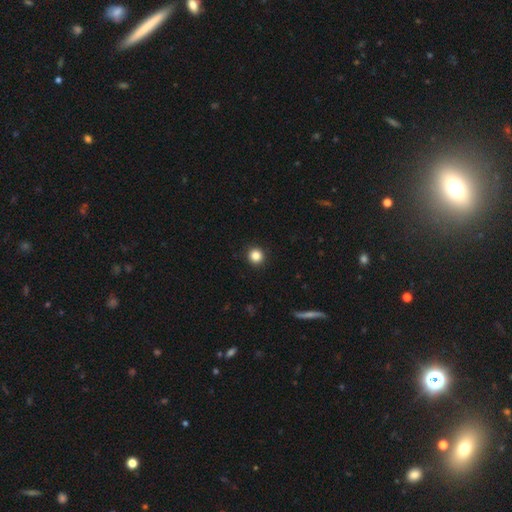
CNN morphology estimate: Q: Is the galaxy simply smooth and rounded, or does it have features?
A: smooth — 85%.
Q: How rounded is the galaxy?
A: round — 94%.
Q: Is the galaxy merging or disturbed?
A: none — 93%.